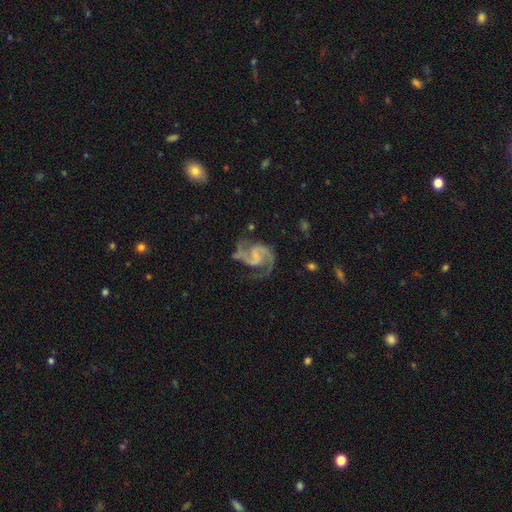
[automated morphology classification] This is clearly a featured or disk galaxy (92%). It is clearly not viewed edge-on (98%). Bar: possibly weak (46%). Spiral arm pattern: clearly yes (98%). Spiral arm count: clearly 2 (93%). Spiral winding: likely medium (61%). Central bulge: possibly none (57%). Merging: likely none (70%).